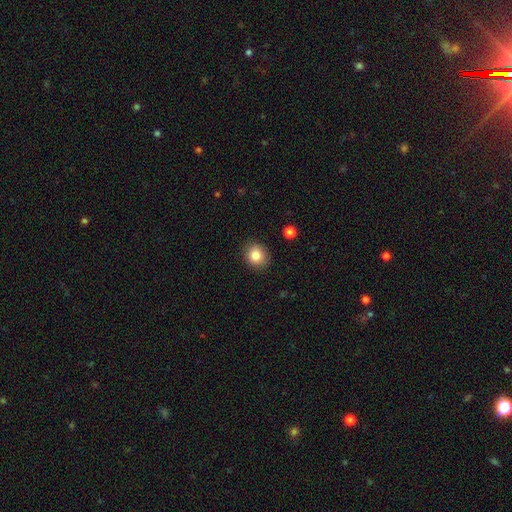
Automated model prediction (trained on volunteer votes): A smooth galaxy with no disk features (84%) that is round (78%). Merging: none (89%).